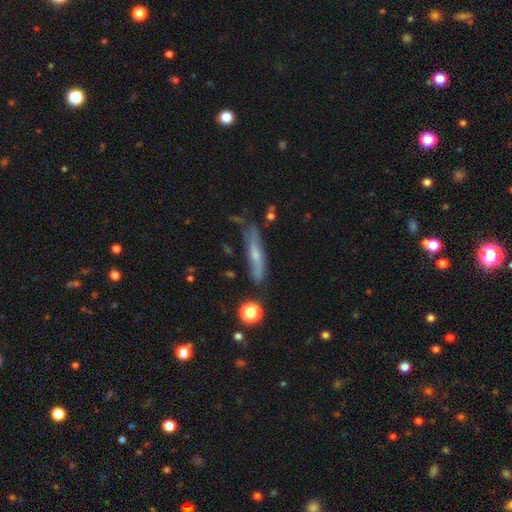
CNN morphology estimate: A featured or disk galaxy (47%). Merging: none (67%).